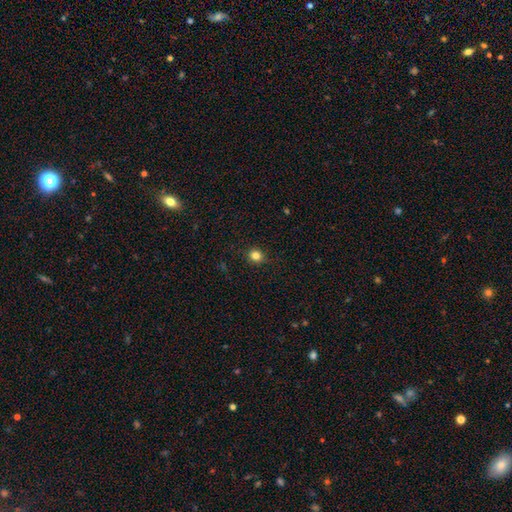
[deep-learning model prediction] A smooth galaxy with no disk features (83%) that is round (83%).

Vote fractions:
- Smooth or featured? smooth: 83% / star or artifact: 12% / featured or disk: 5%
- How rounded? round: 83% / in between: 17% / cigar-shaped: 1%
- Merging? none: 90% / minor disturbance: 7% / major disturbance: 2% / merger: 1%